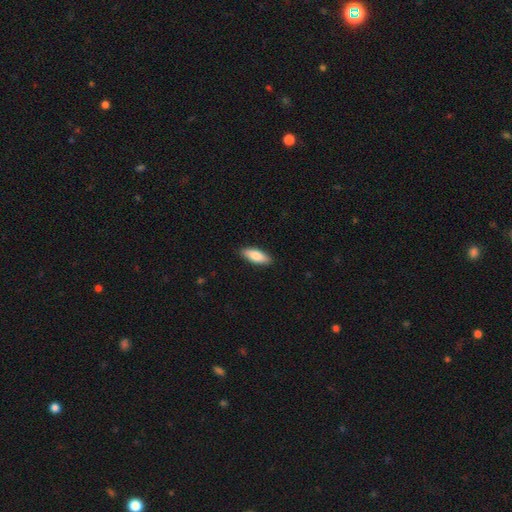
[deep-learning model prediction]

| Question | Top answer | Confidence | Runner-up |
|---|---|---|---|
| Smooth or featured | smooth | 83% | featured or disk (12%) |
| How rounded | in between | 70% | cigar-shaped (29%) |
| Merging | none | 89% | minor disturbance (8%) |